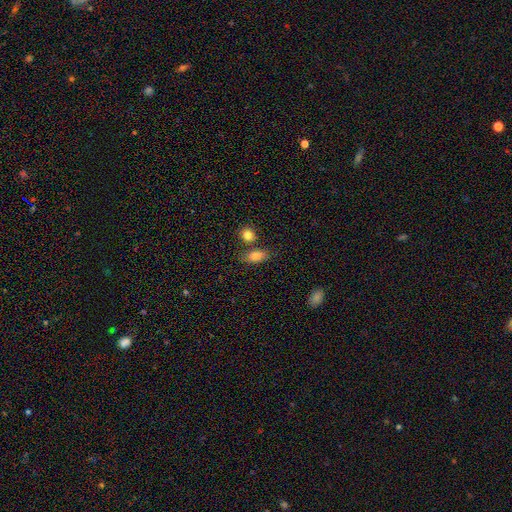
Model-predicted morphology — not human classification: Overall: smooth (82%). How rounded: in between (82%). Merging: none (67%).